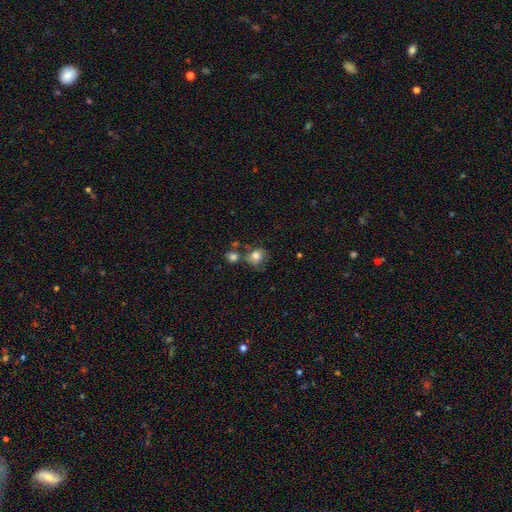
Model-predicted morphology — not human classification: smooth 75%, featured or disk 15%, star or artifact 10%. Down the decision tree: how rounded — round (69%); merging — none (47%).